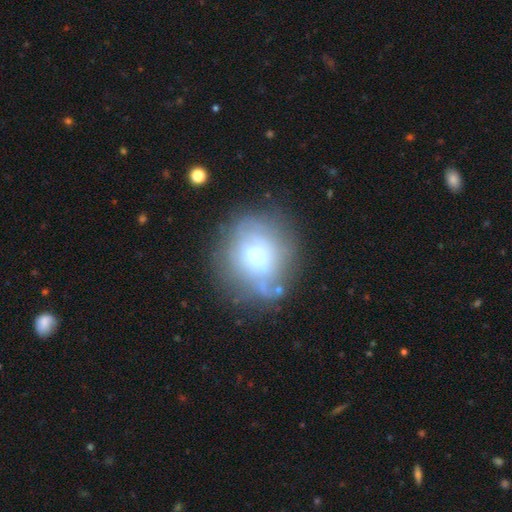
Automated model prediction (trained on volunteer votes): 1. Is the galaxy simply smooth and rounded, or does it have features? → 45% featured or disk, 42% smooth, 13% star or artifact.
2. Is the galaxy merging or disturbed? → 55% none, 23% minor disturbance, 15% major disturbance, 7% merger.